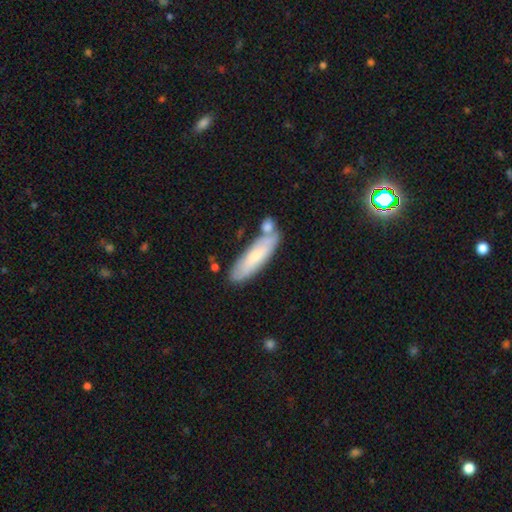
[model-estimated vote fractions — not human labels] smooth-or-featured: smooth: 63% | featured or disk: 32% | star or artifact: 6%
  how-rounded: cigar-shaped: 63% | in between: 35% | round: 2%
  merging: none: 64% | merger: 18% | minor disturbance: 15% | major disturbance: 3%